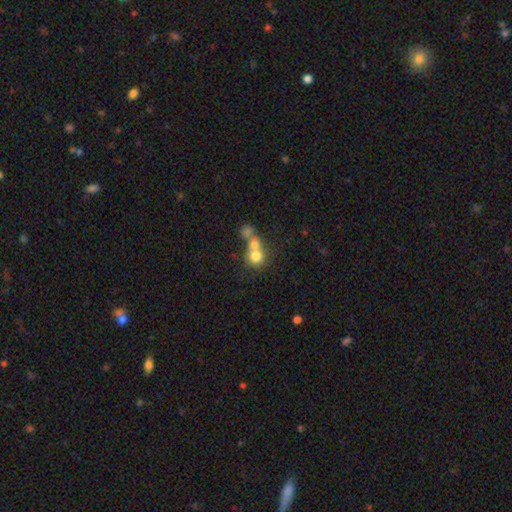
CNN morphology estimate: Q: Smooth or featured?
A: smooth (71%); runner-up: featured or disk (18%)
Q: How rounded?
A: round (81%); runner-up: in between (18%)
Q: Merging?
A: merger (59%); runner-up: none (30%)